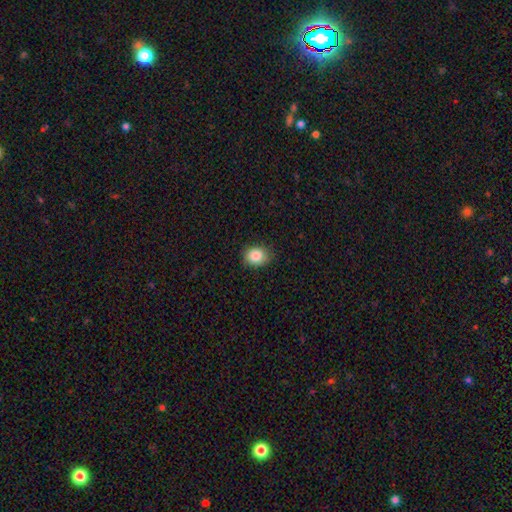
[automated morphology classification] smooth-or-featured: smooth: 86% | star or artifact: 9% | featured or disk: 5%
  how-rounded: round: 56% | in between: 43% | cigar-shaped: 1%
  merging: none: 83% | minor disturbance: 13% | major disturbance: 3% | merger: 1%